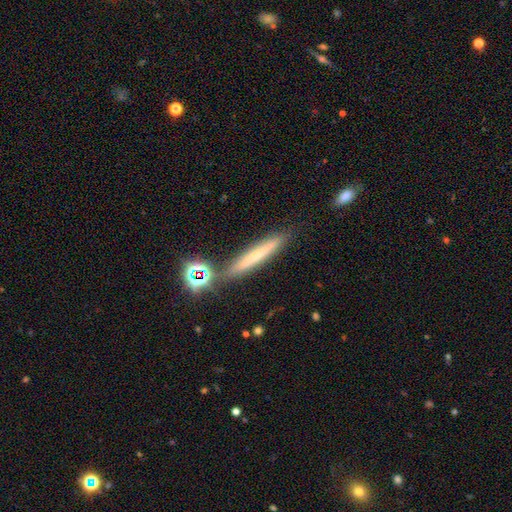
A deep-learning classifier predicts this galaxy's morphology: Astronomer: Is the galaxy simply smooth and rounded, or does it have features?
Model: smooth — 49% (runner-up: featured or disk, 38%).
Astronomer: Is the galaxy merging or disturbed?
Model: none — 79%.